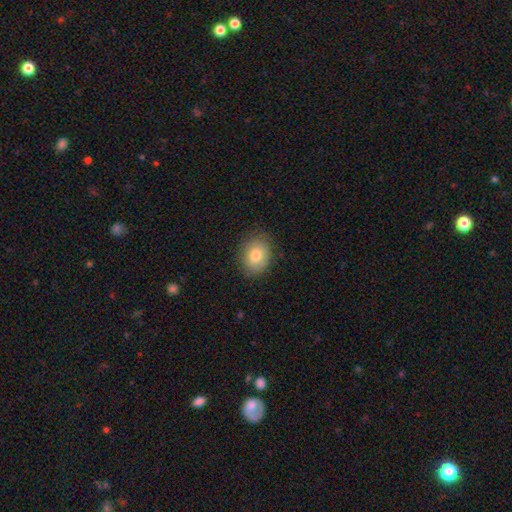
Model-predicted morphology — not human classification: Smooth or featured? smooth (79%)
How rounded? in between (50%)
Merging? none (83%)